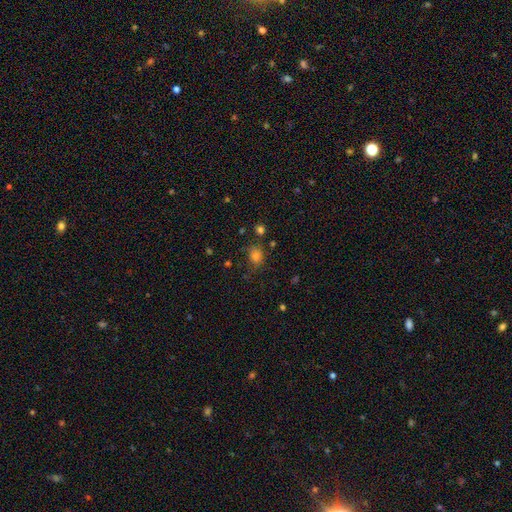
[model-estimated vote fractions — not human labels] This appears to be a smooth galaxy with no disk features (75%) that is round (63%). Merging: none (74%).